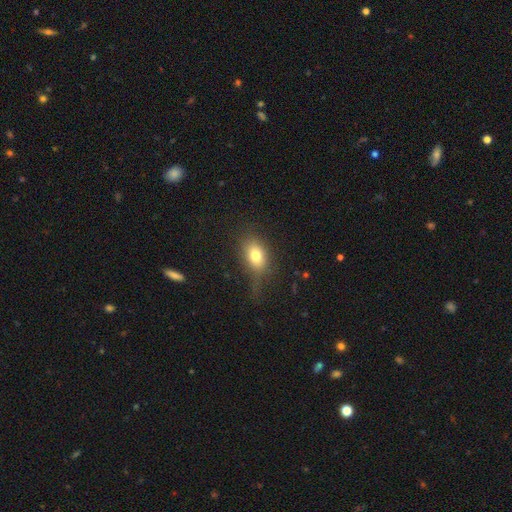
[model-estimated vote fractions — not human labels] Smooth or featured? smooth (76%)
How rounded? in between (77%)
Merging? none (62%)